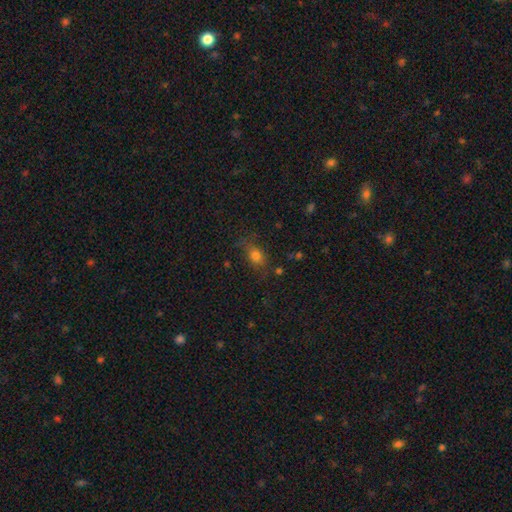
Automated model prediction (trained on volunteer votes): Smooth or featured: smooth — 75% (star or artifact — 14%)
How rounded: in between — 73% (round — 23%)
Merging: none — 68% (minor disturbance — 21%)